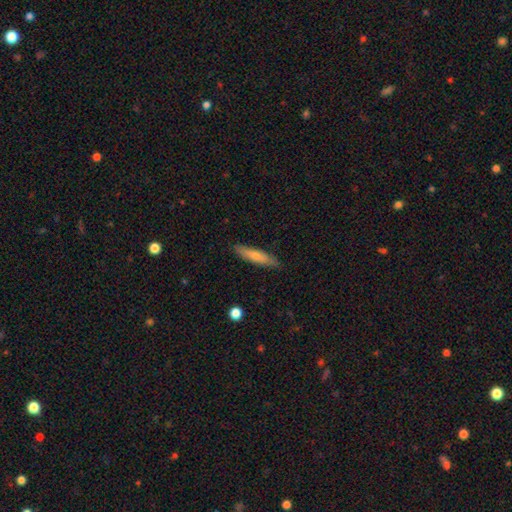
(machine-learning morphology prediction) Smooth or featured? Predicted: smooth (p=0.71). How rounded? Predicted: cigar-shaped (p=0.78). Merging? Predicted: none (p=0.84).